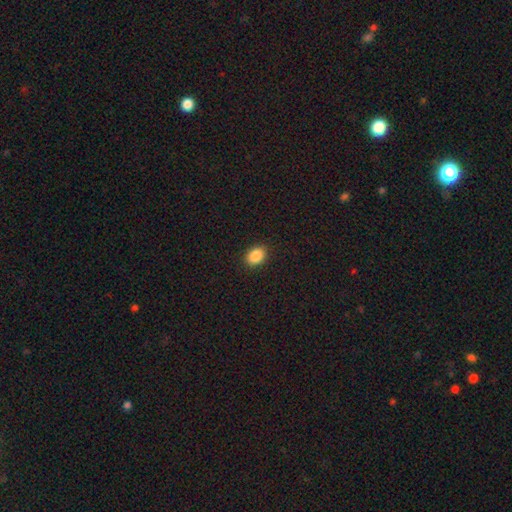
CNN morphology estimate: This appears to be a smooth galaxy with no disk features (88%) that is in between round and cigar-shaped (72%). Merging: none (90%).